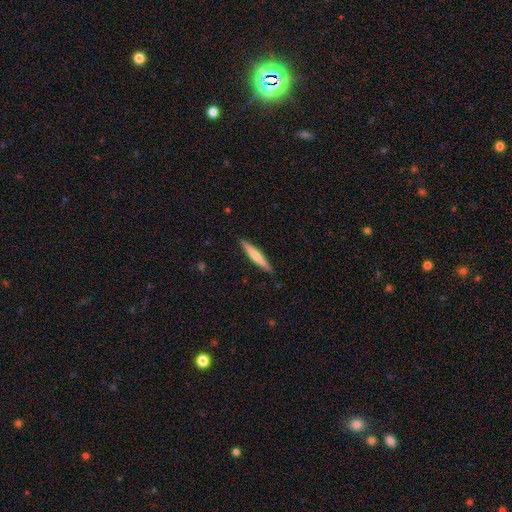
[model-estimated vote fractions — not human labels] This is possibly a smooth galaxy (56%). How rounded: clearly cigar-shaped (93%). Merging: clearly none (90%).